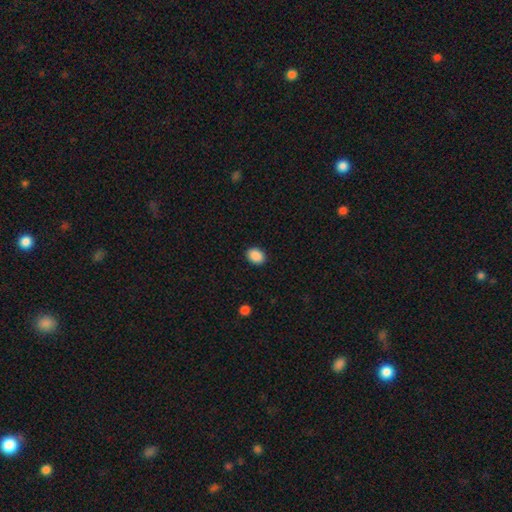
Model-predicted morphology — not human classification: smooth-or-featured: smooth: 90% | star or artifact: 8% | featured or disk: 2%
  how-rounded: in between: 70% | round: 29% | cigar-shaped: 1%
  merging: none: 90% | minor disturbance: 7% | major disturbance: 2% | merger: 1%